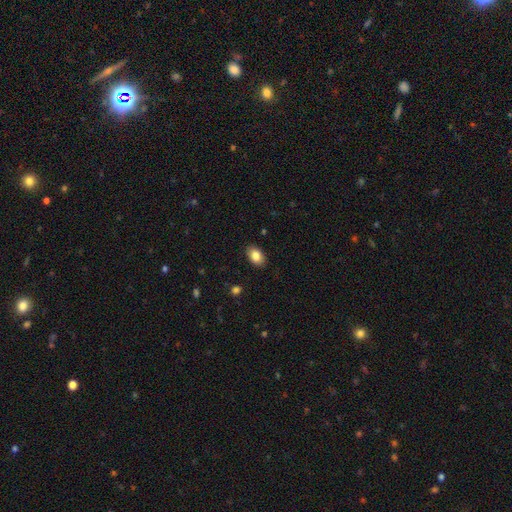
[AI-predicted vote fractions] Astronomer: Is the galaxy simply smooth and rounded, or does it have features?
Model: smooth — 85%.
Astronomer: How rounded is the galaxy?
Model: in between — 87%.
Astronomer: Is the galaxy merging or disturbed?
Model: none — 88%.